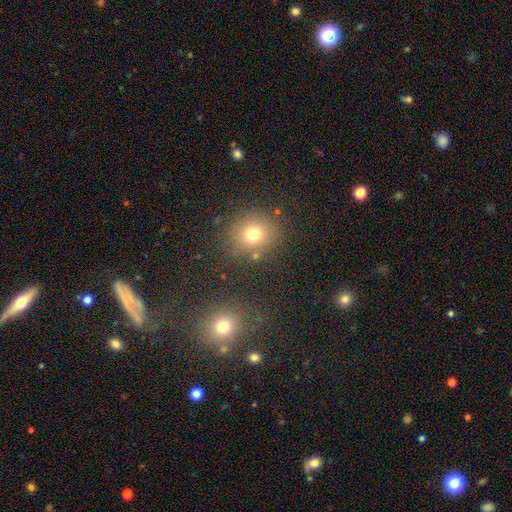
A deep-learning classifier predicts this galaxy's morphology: Smooth or featured? Predicted: smooth (p=0.72). How rounded? Predicted: round (p=0.83). Merging? Predicted: none (p=0.83).